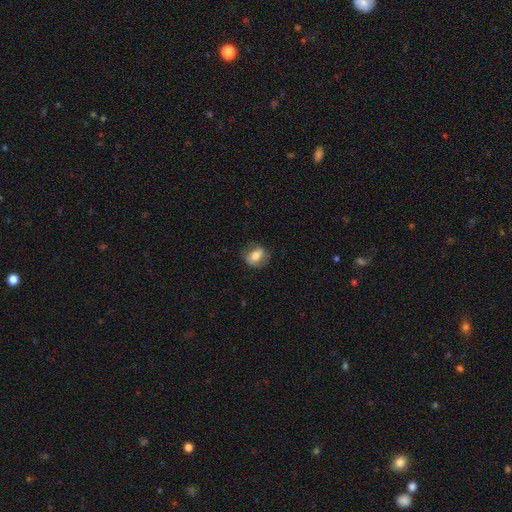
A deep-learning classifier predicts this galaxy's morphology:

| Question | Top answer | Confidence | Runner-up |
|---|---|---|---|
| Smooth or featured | smooth | 69% | featured or disk (23%) |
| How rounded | in between | 60% | round (38%) |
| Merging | none | 76% | minor disturbance (17%) |